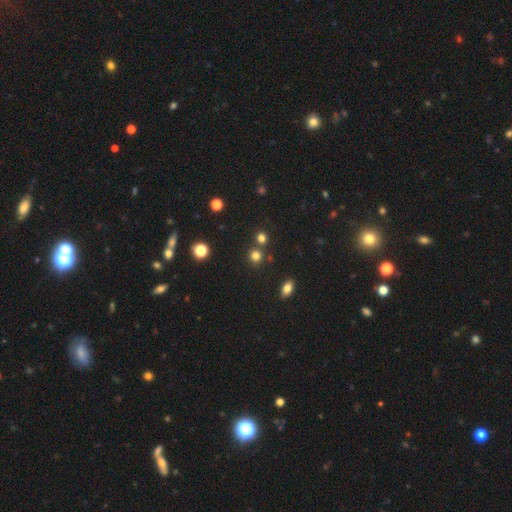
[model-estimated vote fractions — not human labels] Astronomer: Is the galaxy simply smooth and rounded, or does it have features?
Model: smooth — 78%.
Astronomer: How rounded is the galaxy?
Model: round — 88%.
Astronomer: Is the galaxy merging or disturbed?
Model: none — 76%.